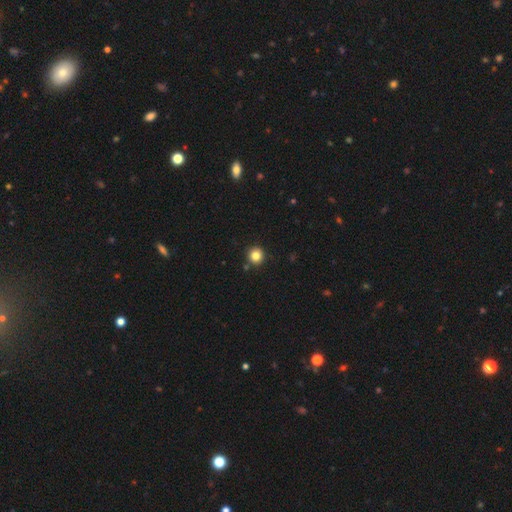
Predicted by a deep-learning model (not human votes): Smooth or featured: smooth — 83% (star or artifact — 11%)
How rounded: round — 94% (in between — 5%)
Merging: none — 89% (minor disturbance — 6%)